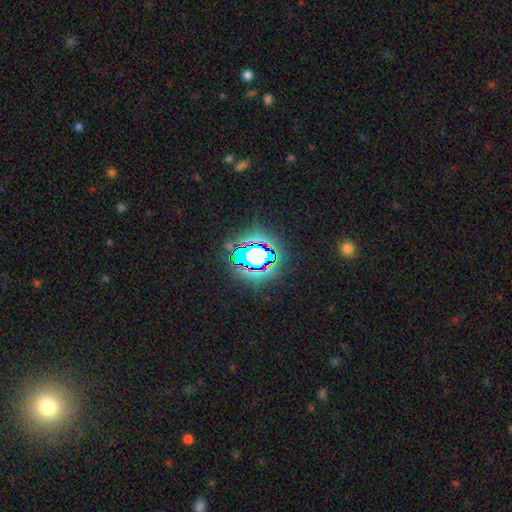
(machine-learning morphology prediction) The model was most divided on "smooth or featured": star or artifact: 64%, smooth: 21%, featured or disk: 14%.